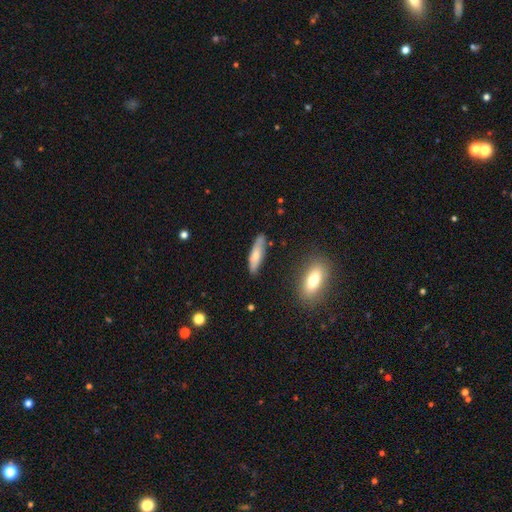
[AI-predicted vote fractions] Smooth or featured? smooth (67%)
How rounded? cigar-shaped (64%)
Merging? none (82%)